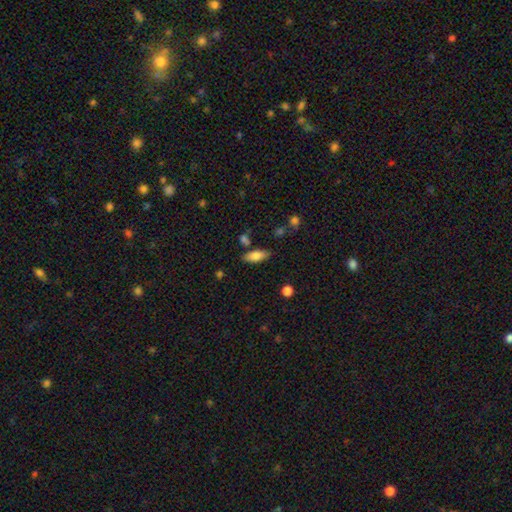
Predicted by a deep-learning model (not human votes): Smooth or featured: smooth — 79% (featured or disk — 14%)
How rounded: in between — 77% (cigar-shaped — 20%)
Merging: none — 77% (minor disturbance — 14%)